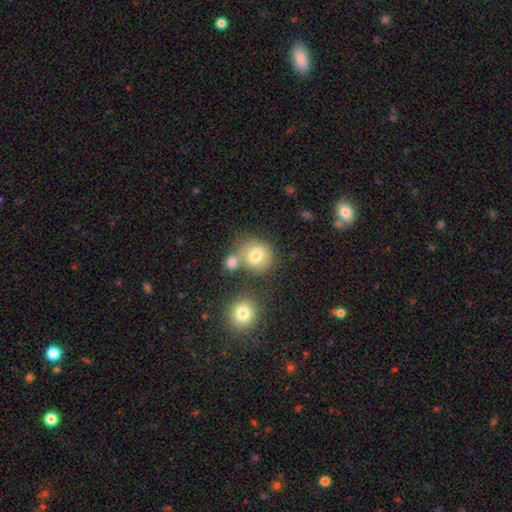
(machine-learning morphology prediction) smooth 74%, featured or disk 16%, star or artifact 10%. Down the decision tree: how rounded — round (75%); merging — none (51%).